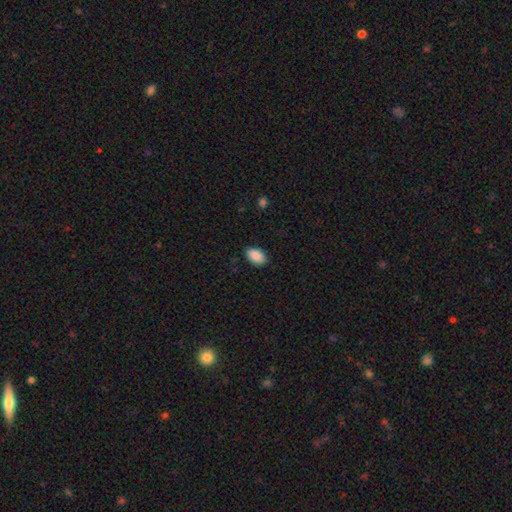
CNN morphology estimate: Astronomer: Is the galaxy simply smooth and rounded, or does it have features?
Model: smooth — 89%.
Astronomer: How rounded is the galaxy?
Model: in between — 93%.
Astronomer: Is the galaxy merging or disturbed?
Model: none — 86%.